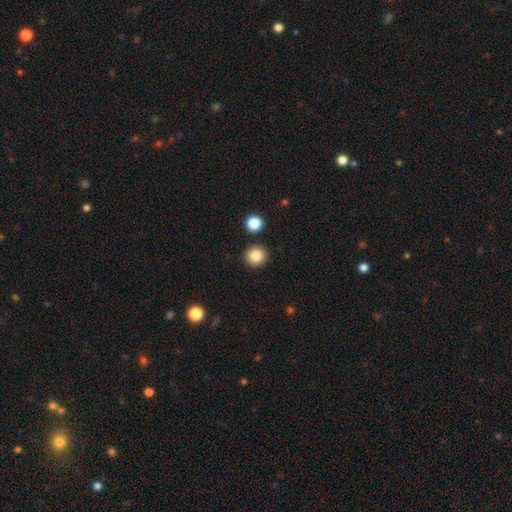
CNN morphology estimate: Smooth or featured? Predicted: smooth (p=0.86). How rounded? Predicted: round (p=0.94). Merging? Predicted: none (p=0.90).